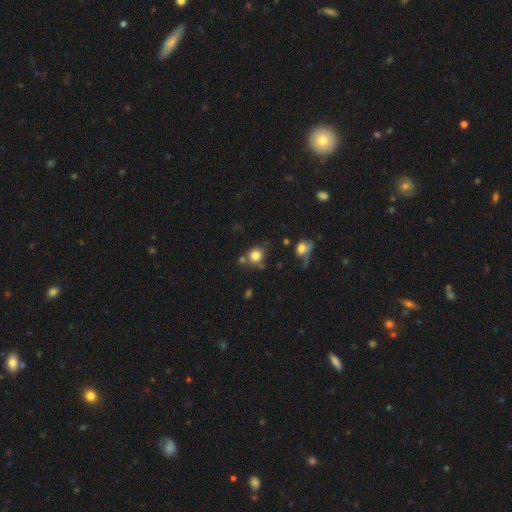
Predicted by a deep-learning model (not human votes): This appears to be a smooth galaxy with no disk features (80%) that is round (82%). Merging: none (63%).